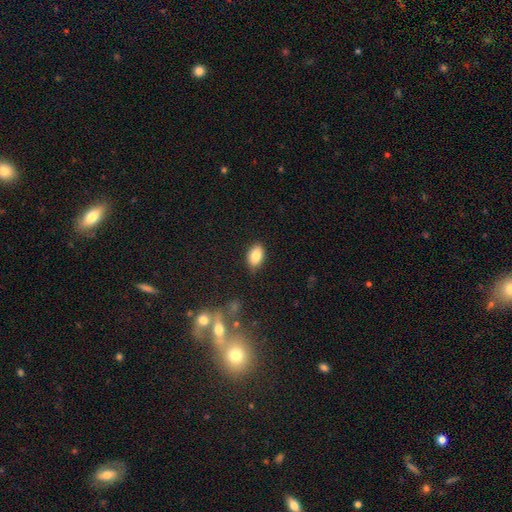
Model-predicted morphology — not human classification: The model was most divided on "merging": none: 83%, minor disturbance: 13%, major disturbance: 2%, merger: 2%. More confident: how rounded — in between (88%); smooth or featured — smooth (84%).